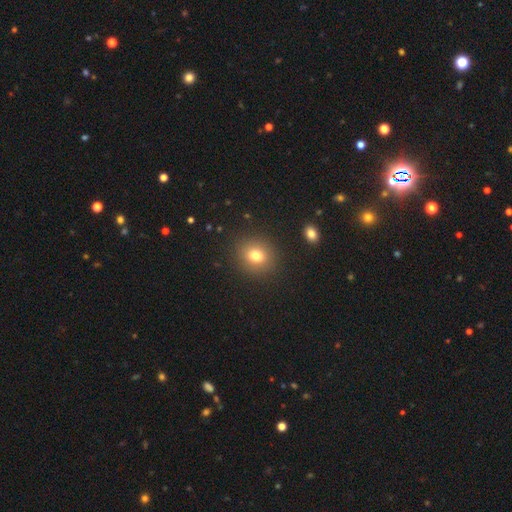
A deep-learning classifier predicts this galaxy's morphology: A smooth galaxy with no disk features (77%) that is round (73%). Merging: none (88%).